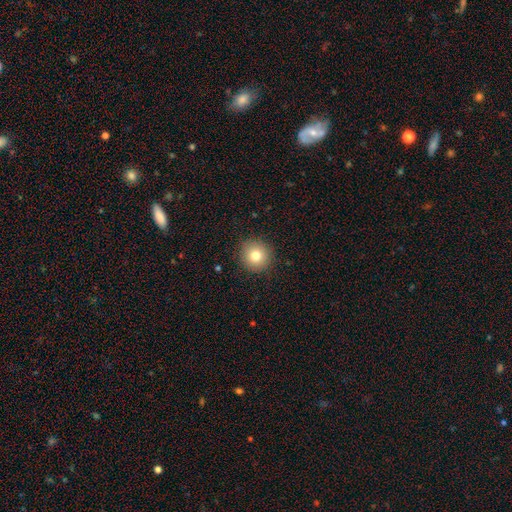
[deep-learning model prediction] Morphology: type=smooth (79%); roundness=round (94%); merging=none (91%).